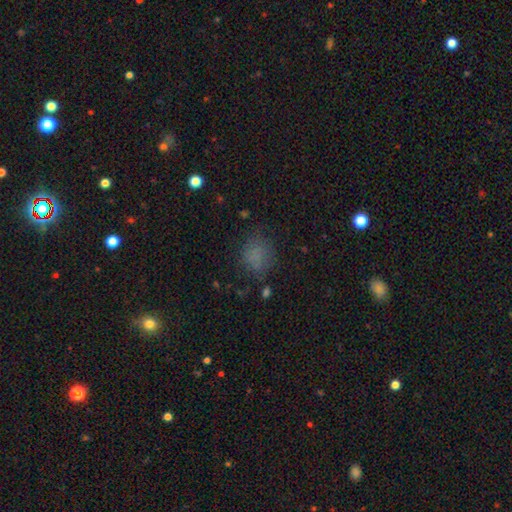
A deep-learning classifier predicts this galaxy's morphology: Smooth or featured: smooth — 71% (star or artifact — 19%)
How rounded: round — 59% (in between — 40%)
Merging: none — 67% (minor disturbance — 20%)